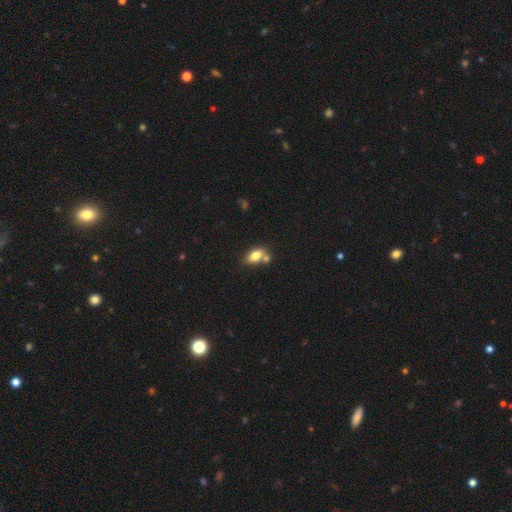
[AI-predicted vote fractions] smooth_or_featured: smooth (p=0.78) [alt: featured or disk p=0.13]
how_rounded: in between (p=0.85) [alt: round p=0.12]
merging: none (p=0.51) [alt: merger p=0.33]